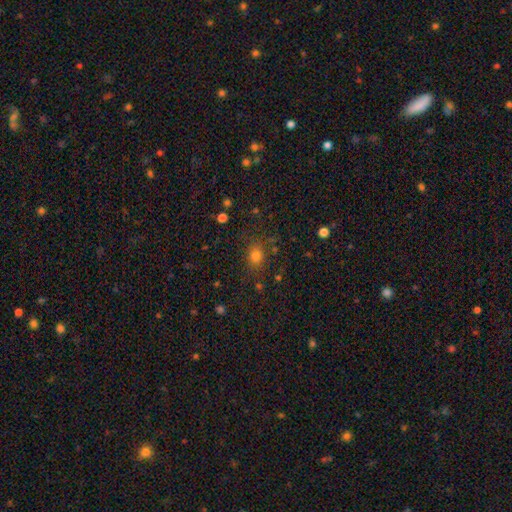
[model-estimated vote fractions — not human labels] Smooth or featured: smooth — 73% (star or artifact — 19%)
How rounded: round — 56% (in between — 43%)
Merging: none — 79% (minor disturbance — 13%)